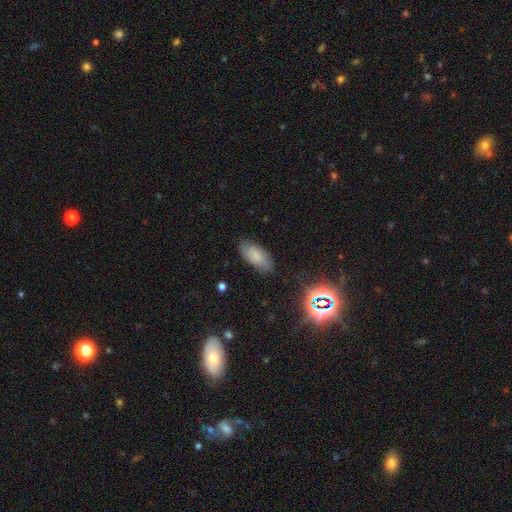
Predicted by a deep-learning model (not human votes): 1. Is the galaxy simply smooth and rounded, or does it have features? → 76% smooth, 14% featured or disk, 10% star or artifact.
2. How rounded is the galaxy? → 91% in between, 7% cigar-shaped, 2% round.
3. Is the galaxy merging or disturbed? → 81% none, 15% minor disturbance, 3% major disturbance, 1% merger.